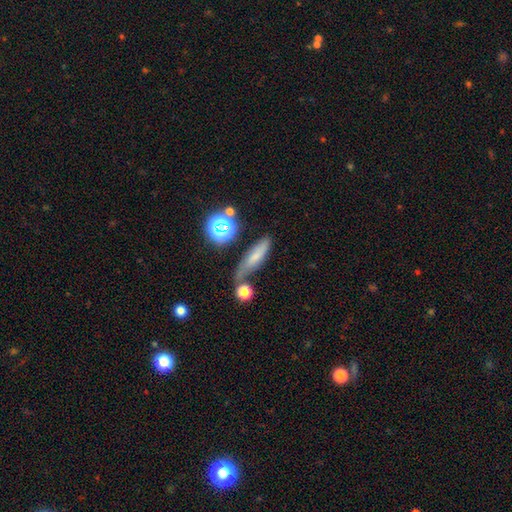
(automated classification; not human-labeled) This appears to be a smooth galaxy with no disk features (60%) that is cigar-shaped (57%). Merging: none (53%).